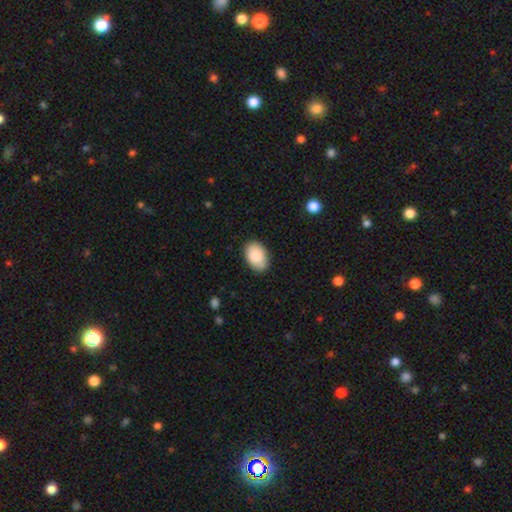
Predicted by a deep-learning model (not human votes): Overall: smooth (86%). How rounded: in between (87%). Merging: none (85%).